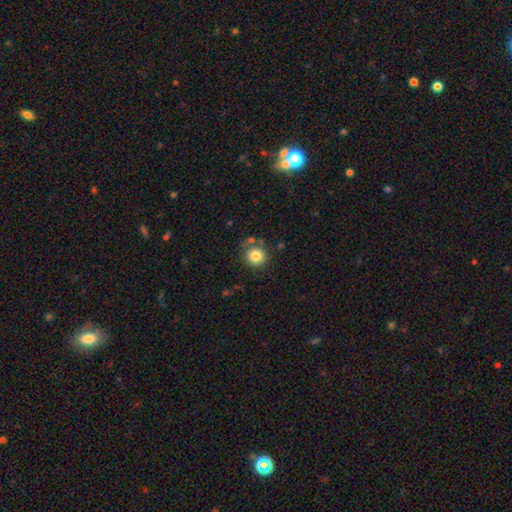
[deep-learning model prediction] Smooth or featured: smooth — 82% (star or artifact — 10%)
How rounded: round — 90% (in between — 9%)
Merging: none — 74% (minor disturbance — 14%)